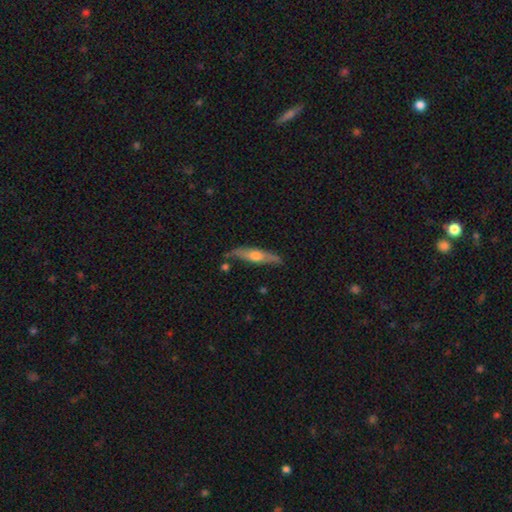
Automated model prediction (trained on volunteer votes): smooth-or-featured: featured or disk: 54% | smooth: 40% | star or artifact: 5%
  disk-edge-on: yes: 87% | no: 13%
  merging: none: 78% | minor disturbance: 15% | merger: 4% | major disturbance: 3%